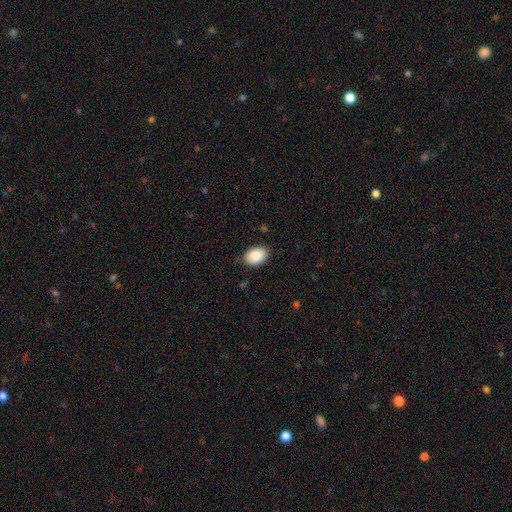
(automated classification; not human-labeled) smooth_or_featured: smooth (p=0.89) [alt: star or artifact p=0.07]
how_rounded: in between (p=0.84) [alt: round p=0.15]
merging: none (p=0.81) [alt: minor disturbance p=0.15]